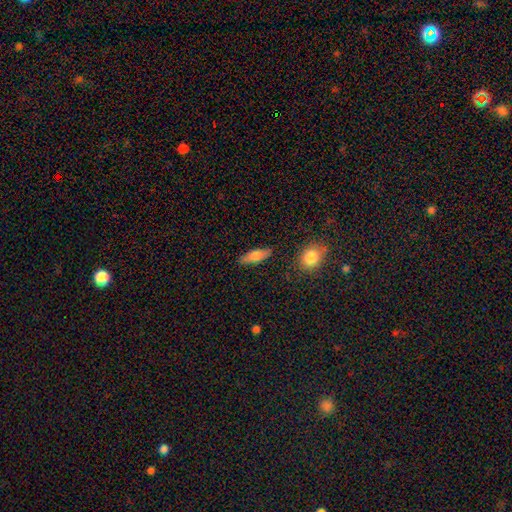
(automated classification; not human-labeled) This appears to be a smooth galaxy with no disk features (69%) that is in between round and cigar-shaped (58%). Merging: none (86%).